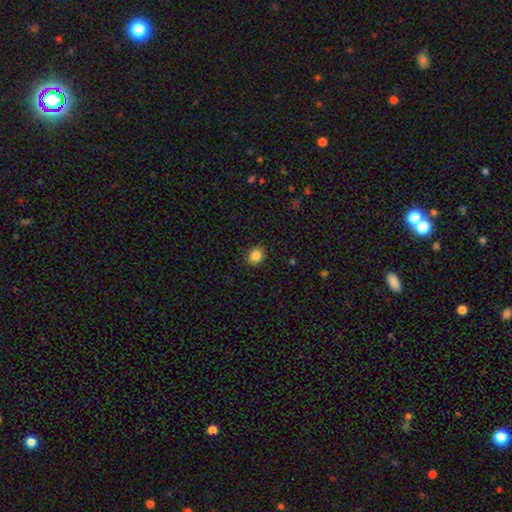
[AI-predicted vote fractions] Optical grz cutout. It shows a smooth galaxy with no disk features (86%) that is round (59%). Merging: none (88%).